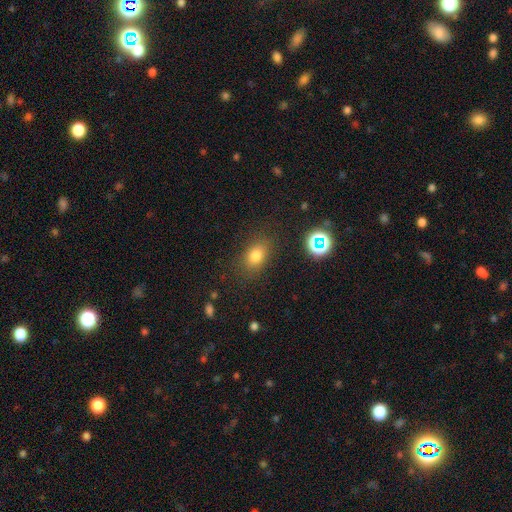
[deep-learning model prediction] A smooth galaxy with no disk features (76%) that is in between round and cigar-shaped (72%). Merging: none (82%).